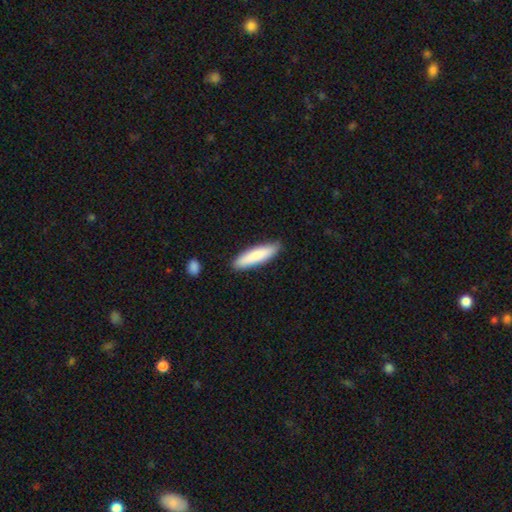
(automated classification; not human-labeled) This is clearly a smooth galaxy (83%). How rounded: likely cigar-shaped (71%). Merging: clearly none (87%).